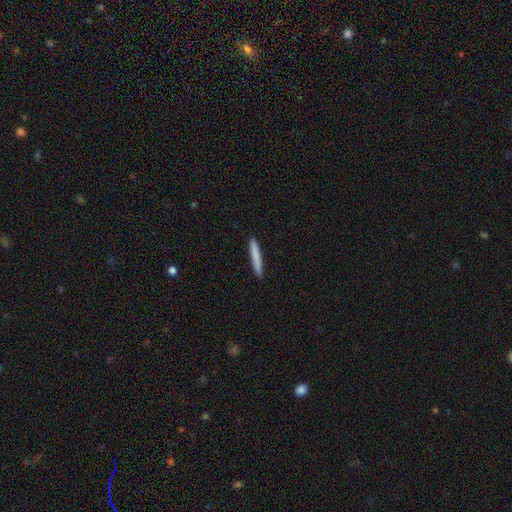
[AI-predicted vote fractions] A smooth galaxy with no disk features (82%) that is cigar-shaped (95%).

Vote fractions:
- Smooth or featured? smooth: 82% / featured or disk: 13% / star or artifact: 6%
- How rounded? cigar-shaped: 95% / in between: 3% / round: 1%
- Merging? none: 92% / minor disturbance: 6% / major disturbance: 1% / merger: 1%